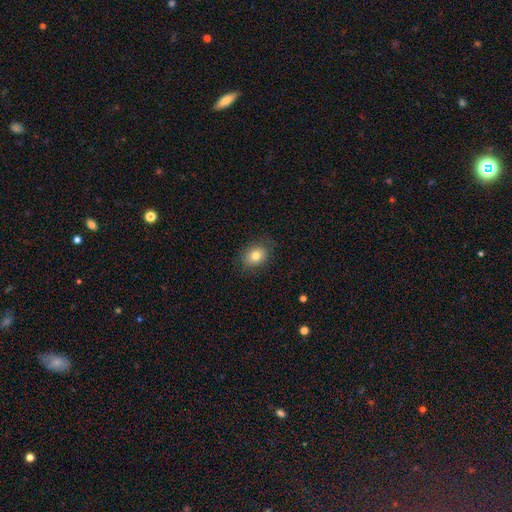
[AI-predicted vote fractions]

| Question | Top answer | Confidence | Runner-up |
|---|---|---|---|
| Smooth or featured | smooth | 79% | featured or disk (11%) |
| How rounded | in between | 56% | round (43%) |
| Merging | none | 84% | minor disturbance (12%) |